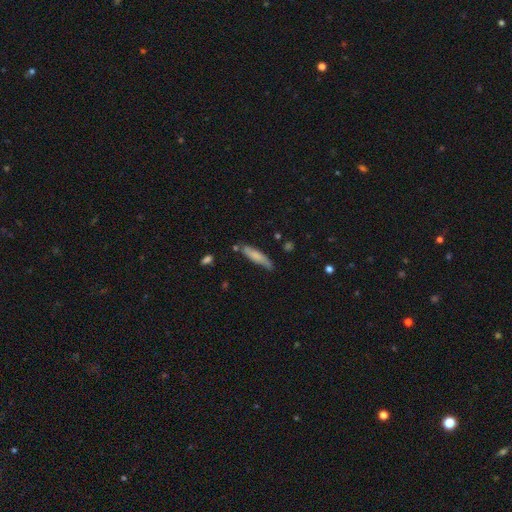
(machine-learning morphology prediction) A smooth galaxy with no disk features (70%) that is cigar-shaped (76%).

Vote fractions:
- Smooth or featured? smooth: 70% / featured or disk: 24% / star or artifact: 6%
- How rounded? cigar-shaped: 76% / in between: 22% / round: 2%
- Merging? none: 67% / minor disturbance: 23% / merger: 6% / major disturbance: 4%